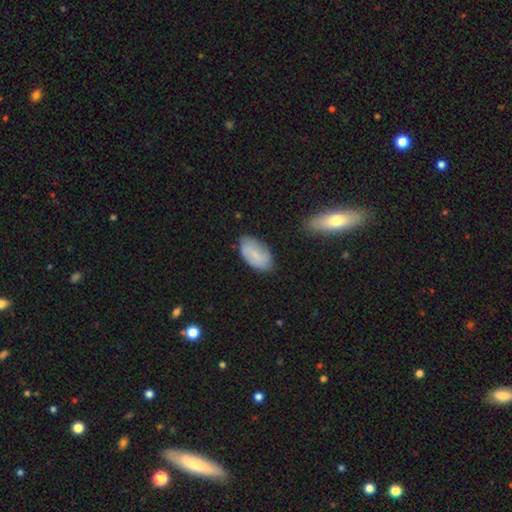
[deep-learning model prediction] This appears to be a smooth galaxy with no disk features (72%) that is in between round and cigar-shaped (95%). Merging: none (75%).